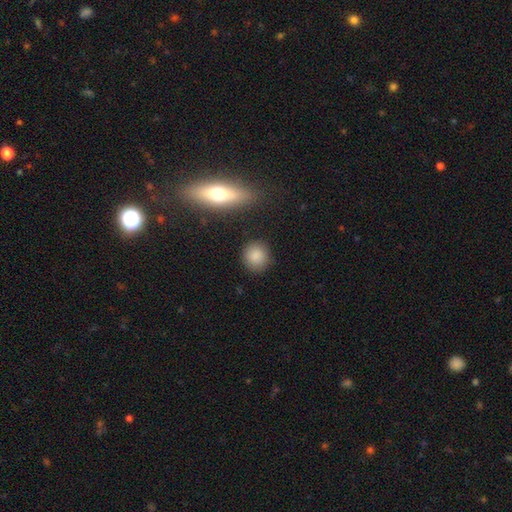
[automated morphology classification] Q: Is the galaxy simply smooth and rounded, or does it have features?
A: smooth — 86%.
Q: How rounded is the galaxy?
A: round — 89%.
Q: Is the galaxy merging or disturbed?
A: none — 87%.